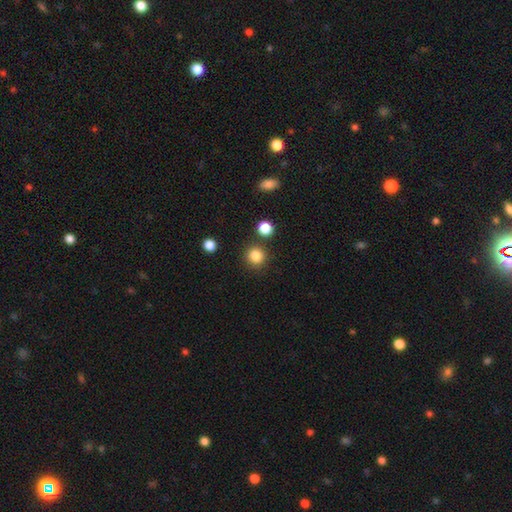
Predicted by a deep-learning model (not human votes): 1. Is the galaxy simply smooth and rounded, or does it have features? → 85% smooth, 11% star or artifact, 4% featured or disk.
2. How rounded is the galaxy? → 93% round, 6% in between, 1% cigar-shaped.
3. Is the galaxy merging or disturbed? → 86% none, 7% minor disturbance, 5% merger, 3% major disturbance.